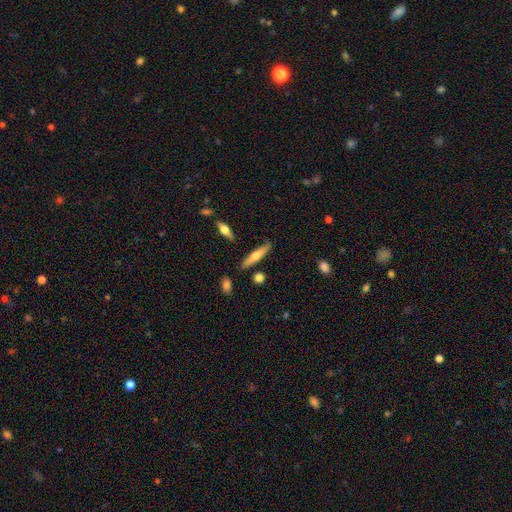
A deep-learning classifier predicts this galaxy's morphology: A smooth galaxy with no disk features (48%). Merging: none (82%).